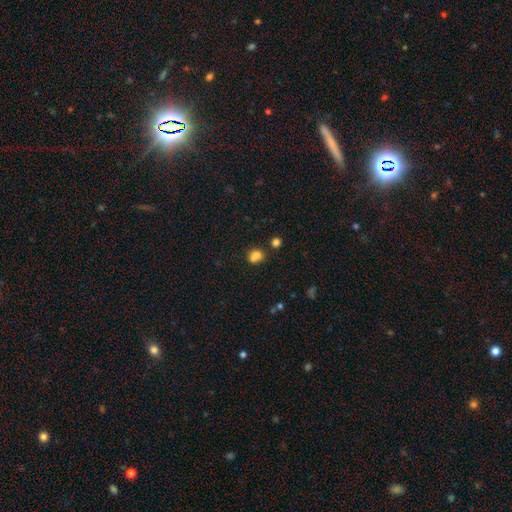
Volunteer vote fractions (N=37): smooth_or_featured: smooth (p=0.89) [alt: featured or disk p=0.05]
how_rounded: round (p=0.73) [alt: in between p=0.27]
merging: merger (p=0.46) [alt: none p=0.43]